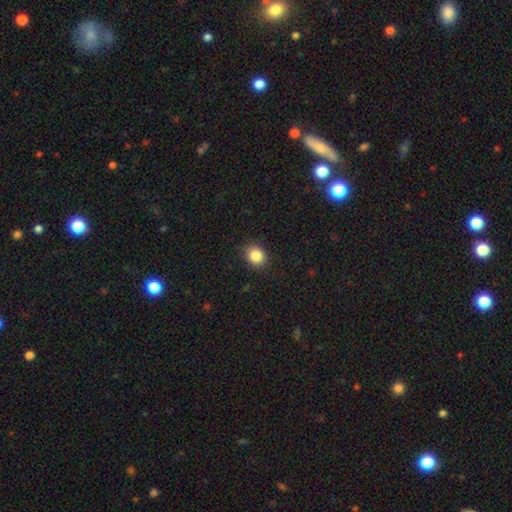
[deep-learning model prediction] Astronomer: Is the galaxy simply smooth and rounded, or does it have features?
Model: smooth — 86%.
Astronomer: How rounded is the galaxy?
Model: round — 65%.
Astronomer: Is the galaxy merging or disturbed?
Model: none — 88%.